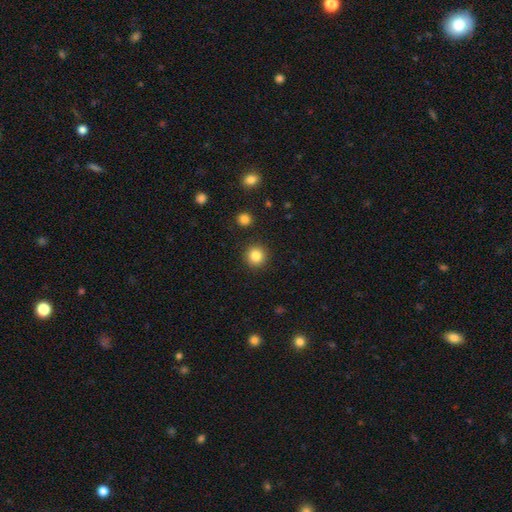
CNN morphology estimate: The model was most divided on "smooth or featured": smooth: 85%, star or artifact: 10%, featured or disk: 5%. More confident: how rounded — round (93%); merging — none (91%).